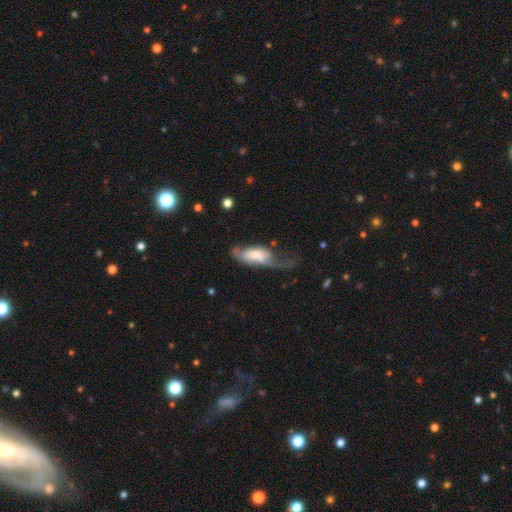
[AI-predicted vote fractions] Q: Smooth or featured?
A: smooth (48%); runner-up: featured or disk (46%)
Q: Merging?
A: major disturbance (50%); runner-up: minor disturbance (22%)